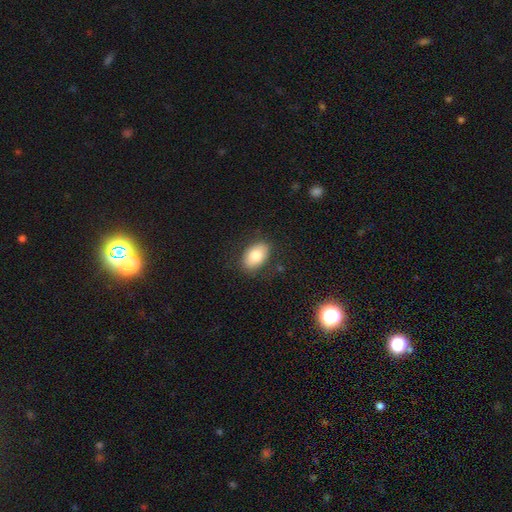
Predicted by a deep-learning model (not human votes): smooth_or_featured: smooth (p=0.80) [alt: featured or disk p=0.12]
how_rounded: in between (p=0.89) [alt: round p=0.10]
merging: none (p=0.84) [alt: minor disturbance p=0.12]